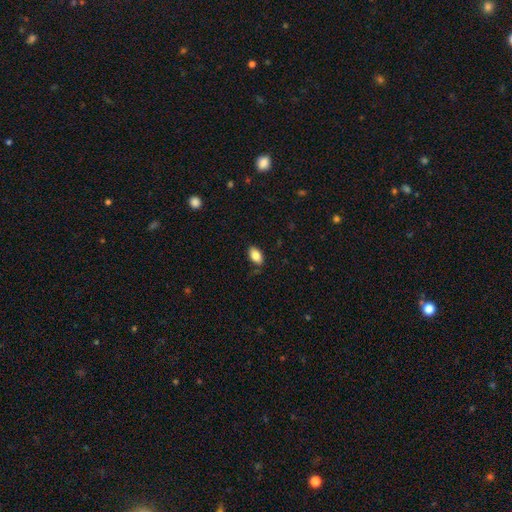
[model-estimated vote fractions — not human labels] A smooth galaxy with no disk features (83%) that is in between round and cigar-shaped (91%). Merging: none (82%).